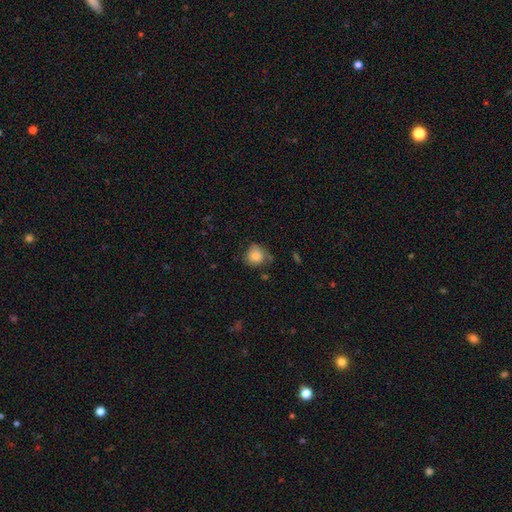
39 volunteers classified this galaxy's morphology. Smooth or featured?
  - smooth: 85% *
  - star or artifact: 10%
  - featured or disk: 5%
How rounded?
  - round: 97% *
  - in between: 3%
  - cigar-shaped: 0%
Merging?
  - none: 60% *
  - minor disturbance: 29%
  - major disturbance: 11%
  - merger: 0%